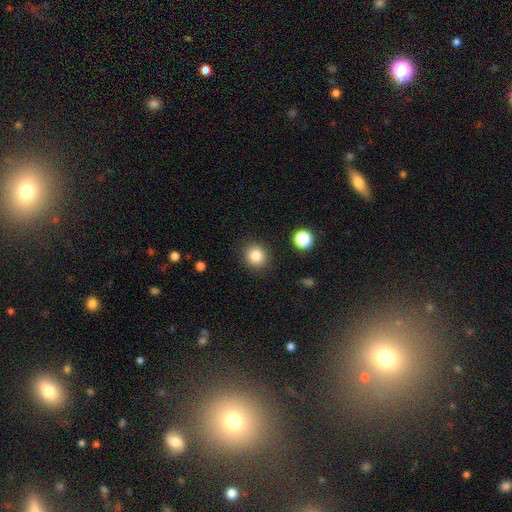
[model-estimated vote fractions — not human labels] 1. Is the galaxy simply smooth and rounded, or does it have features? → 83% smooth, 11% star or artifact, 5% featured or disk.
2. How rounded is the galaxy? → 85% round, 14% in between, 1% cigar-shaped.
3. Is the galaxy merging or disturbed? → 89% none, 7% minor disturbance, 2% major disturbance, 2% merger.